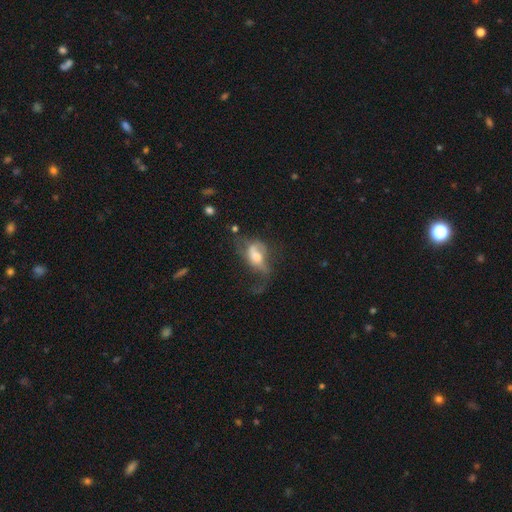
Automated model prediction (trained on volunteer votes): smooth_or_featured: featured or disk (p=0.51) [alt: smooth p=0.38]
disk_edge_on: no (p=0.91) [alt: yes p=0.09]
merging: major disturbance (p=0.52) [alt: none p=0.23]